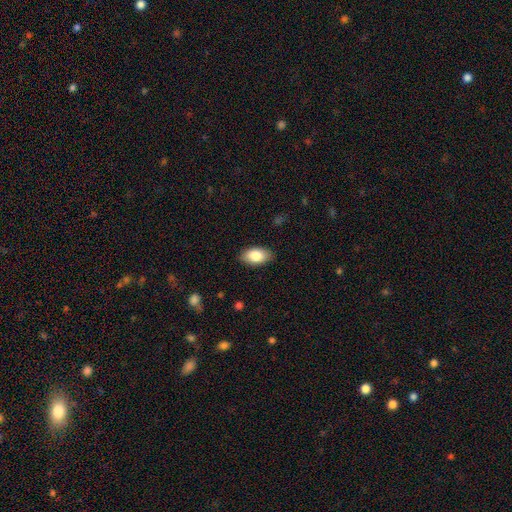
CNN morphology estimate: Smooth or featured? smooth (85%)
How rounded? in between (94%)
Merging? none (87%)